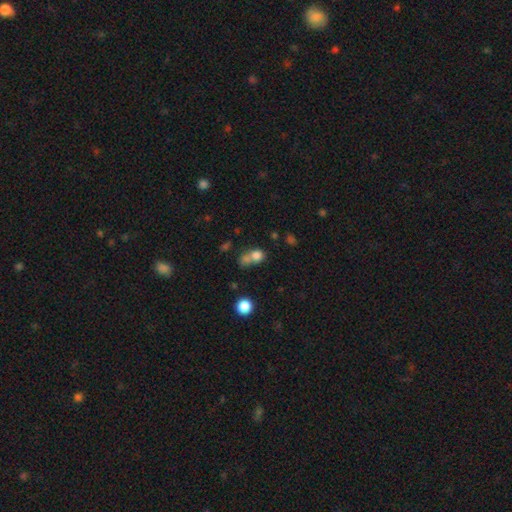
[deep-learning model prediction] Smooth or featured: smooth — 76% (star or artifact — 13%)
How rounded: round — 68% (in between — 31%)
Merging: merger — 50% (none — 31%)